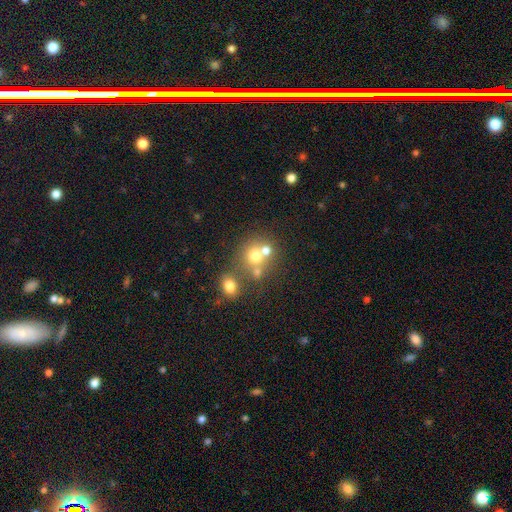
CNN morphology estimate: smooth_or_featured: smooth (p=0.65) [alt: featured or disk p=0.18]
how_rounded: round (p=0.81) [alt: in between p=0.18]
merging: none (p=0.47) [alt: merger p=0.39]